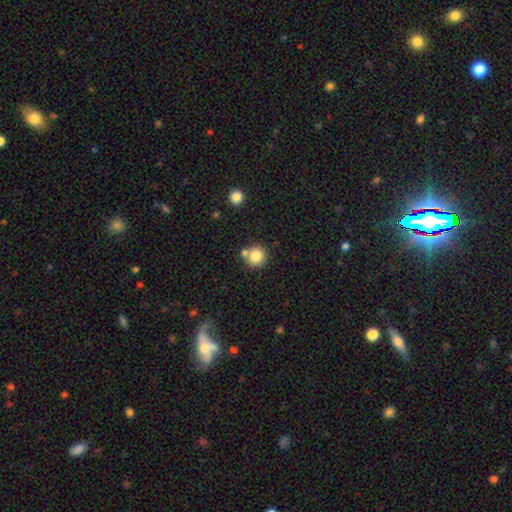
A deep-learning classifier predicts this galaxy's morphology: type=smooth (81%); roundness=round (92%); merging=none (68%).